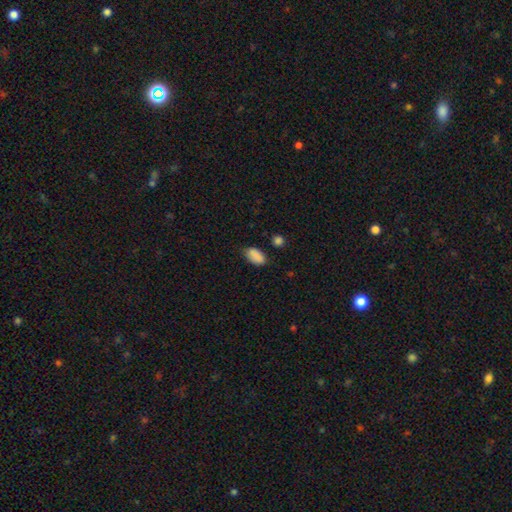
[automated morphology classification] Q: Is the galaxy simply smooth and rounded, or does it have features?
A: smooth — 88%.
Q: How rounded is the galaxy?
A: in between — 92%.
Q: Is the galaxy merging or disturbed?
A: none — 75%.